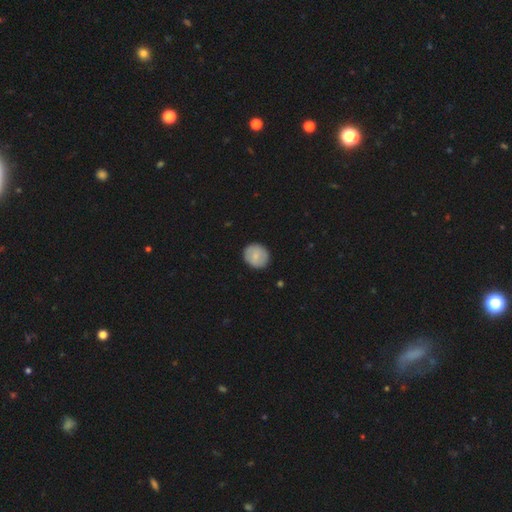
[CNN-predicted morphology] This appears to be a smooth galaxy with no disk features (73%) that is round (85%). Merging: none (88%).